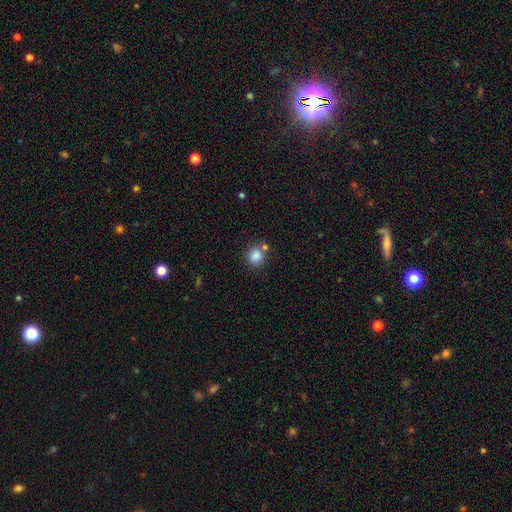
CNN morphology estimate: smooth_or_featured: smooth (p=0.85) [alt: star or artifact p=0.10]
how_rounded: round (p=0.86) [alt: in between p=0.13]
merging: none (p=0.68) [alt: merger p=0.17]